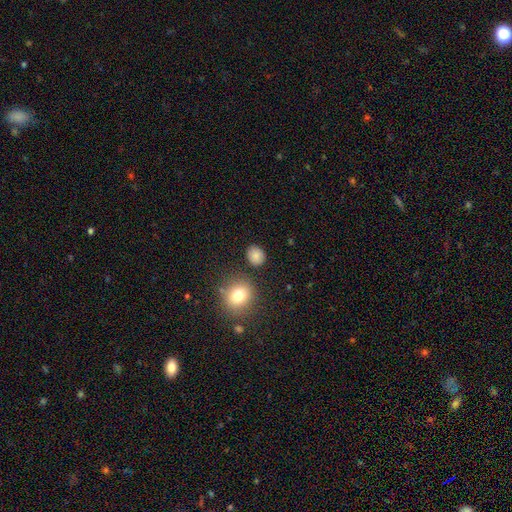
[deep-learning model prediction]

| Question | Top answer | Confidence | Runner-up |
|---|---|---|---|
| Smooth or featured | smooth | 83% | star or artifact (11%) |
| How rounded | round | 66% | in between (33%) |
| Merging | none | 86% | minor disturbance (9%) |